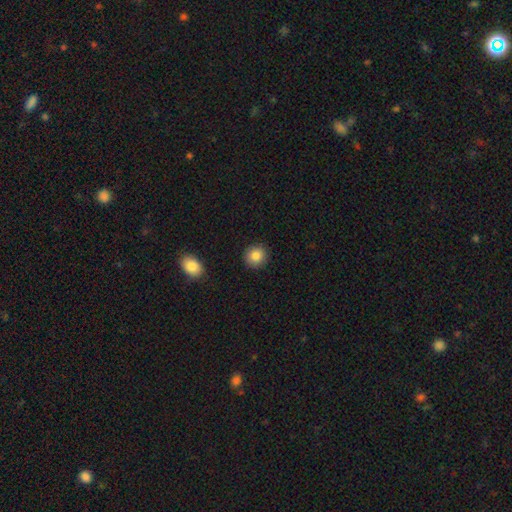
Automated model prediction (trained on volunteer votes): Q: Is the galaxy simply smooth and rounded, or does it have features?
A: smooth — 85%.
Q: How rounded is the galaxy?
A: round — 89%.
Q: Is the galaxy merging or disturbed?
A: none — 91%.